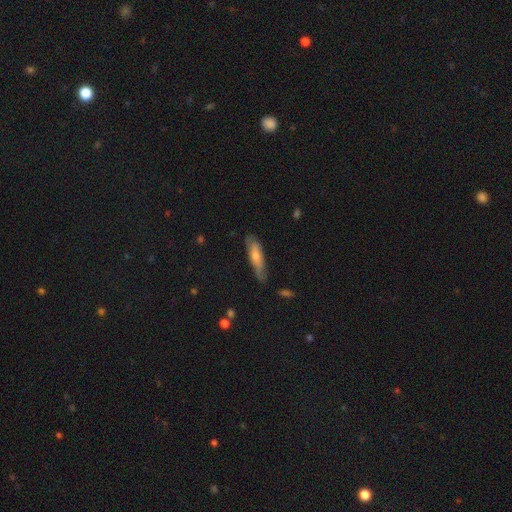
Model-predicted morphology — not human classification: smooth_or_featured: smooth (p=0.57) [alt: featured or disk p=0.36]
how_rounded: cigar-shaped (p=0.73) [alt: in between p=0.25]
merging: none (p=0.68) [alt: minor disturbance p=0.25]